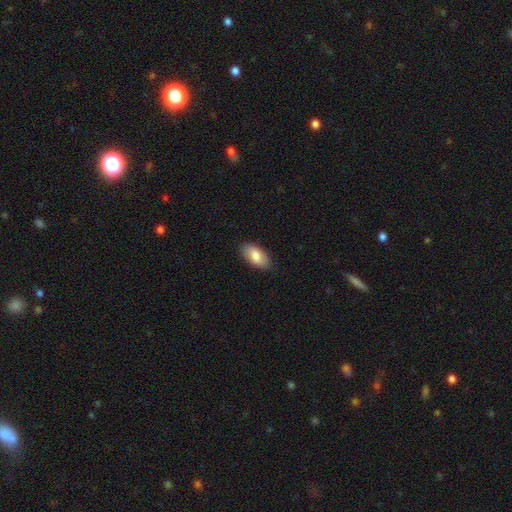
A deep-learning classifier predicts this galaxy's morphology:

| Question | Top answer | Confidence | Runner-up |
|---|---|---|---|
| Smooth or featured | smooth | 81% | featured or disk (13%) |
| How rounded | in between | 94% | cigar-shaped (4%) |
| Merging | none | 87% | minor disturbance (10%) |